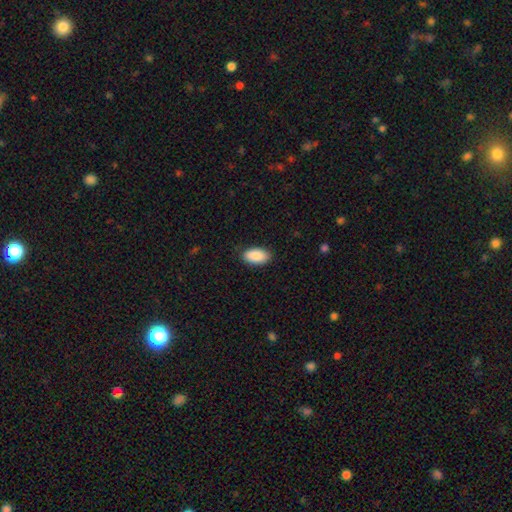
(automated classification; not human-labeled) This is clearly a smooth galaxy (90%). How rounded: clearly in between (95%). Merging: clearly none (87%).